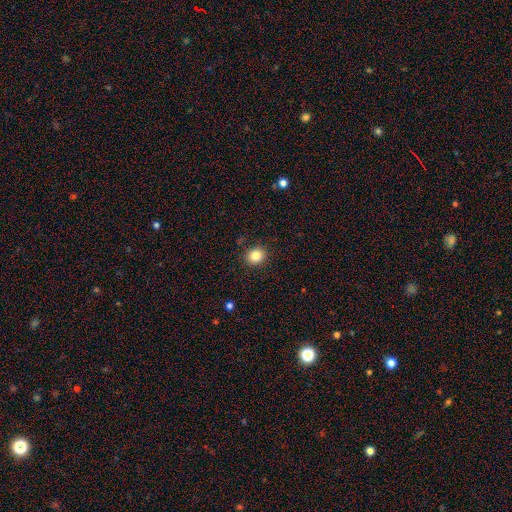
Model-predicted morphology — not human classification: This appears to be a smooth galaxy with no disk features (84%) that is round (68%). Merging: none (90%).